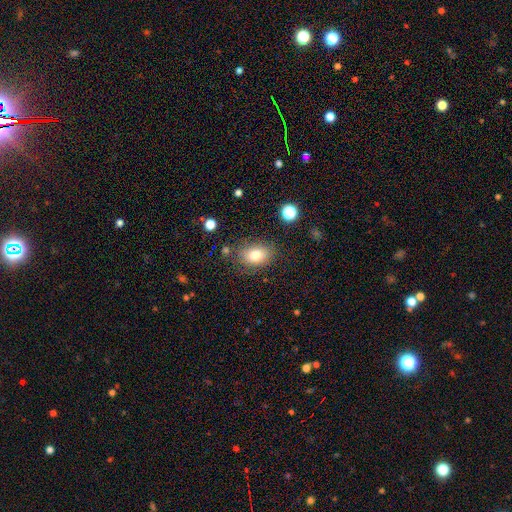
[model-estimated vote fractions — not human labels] smooth-or-featured: smooth: 78% | featured or disk: 11% | star or artifact: 11%
  how-rounded: in between: 71% | round: 28% | cigar-shaped: 1%
  merging: none: 77% | minor disturbance: 15% | major disturbance: 5% | merger: 4%